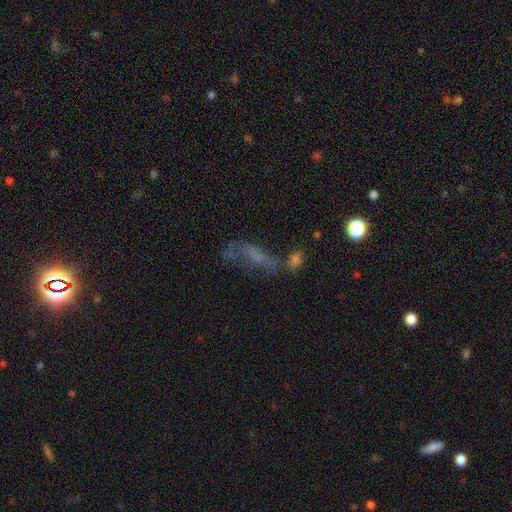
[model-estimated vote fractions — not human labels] A smooth galaxy with no disk features (45%). Merging: none (32%).